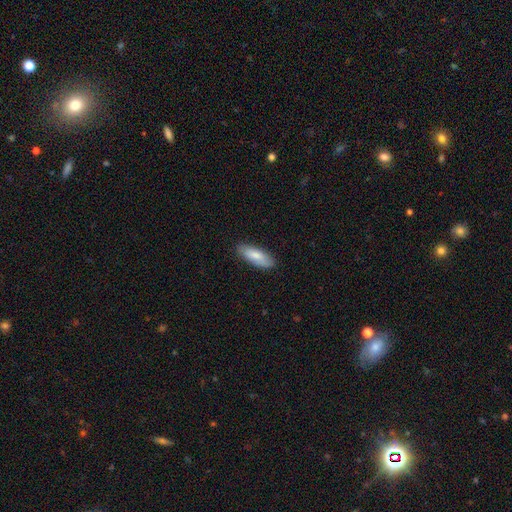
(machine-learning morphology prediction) The model was most divided on "how rounded": in between: 63%, cigar-shaped: 35%, round: 2%. More confident: merging — none (86%); smooth or featured — smooth (81%).